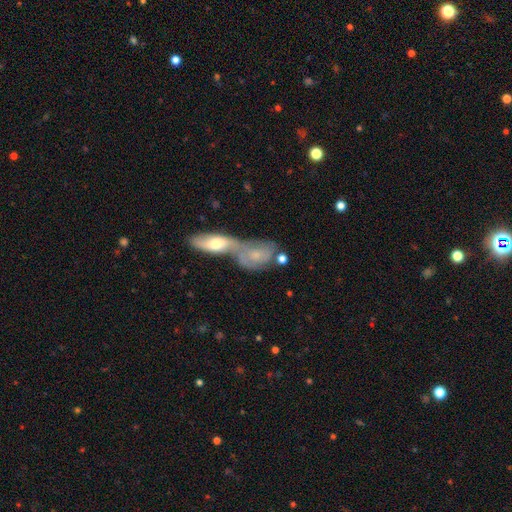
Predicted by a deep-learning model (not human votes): Q: Smooth or featured?
A: featured or disk (47%); runner-up: smooth (45%)
Q: Merging?
A: merger (65%); runner-up: none (20%)